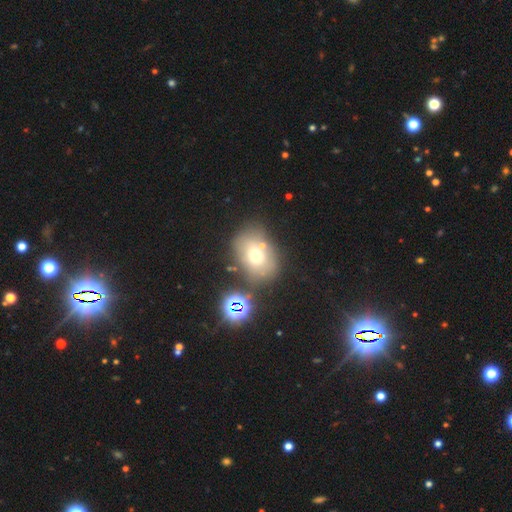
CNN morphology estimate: This appears to be a smooth galaxy with no disk features (63%) that is in between round and cigar-shaped (60%). Merging: none (64%).